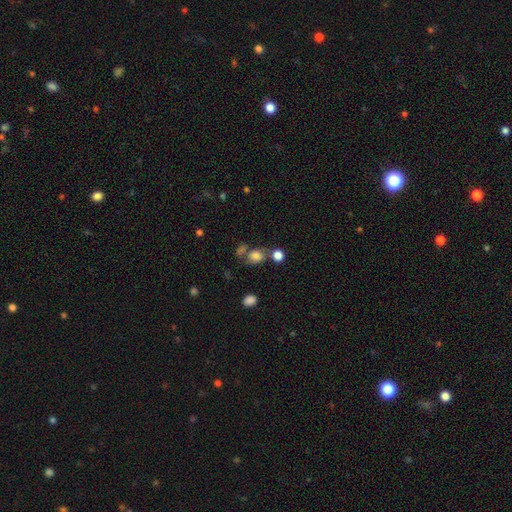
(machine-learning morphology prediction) smooth 73%, star or artifact 14%, featured or disk 13%. Down the decision tree: how rounded — round (51%); merging — none (45%).